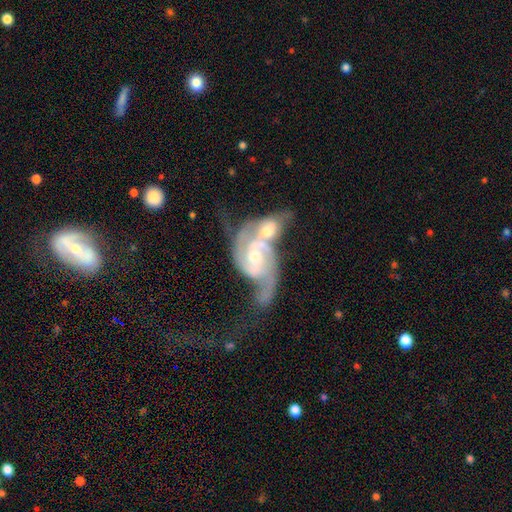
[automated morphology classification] Q: Smooth or featured?
A: featured or disk (89%); runner-up: smooth (6%)
Q: Edge-on disk?
A: no (97%); runner-up: yes (3%)
Q: Bar?
A: no (51%); runner-up: weak (37%)
Q: Spiral arms?
A: yes (97%); runner-up: no (3%)
Q: Spiral winding?
A: medium (48%); runner-up: tight (32%)
Q: Spiral arm count?
A: 2 (79%); runner-up: can't tell (8%)
Q: Bulge size?
A: moderate (55%); runner-up: small (38%)
Q: Merging?
A: merger (68%); runner-up: none (14%)